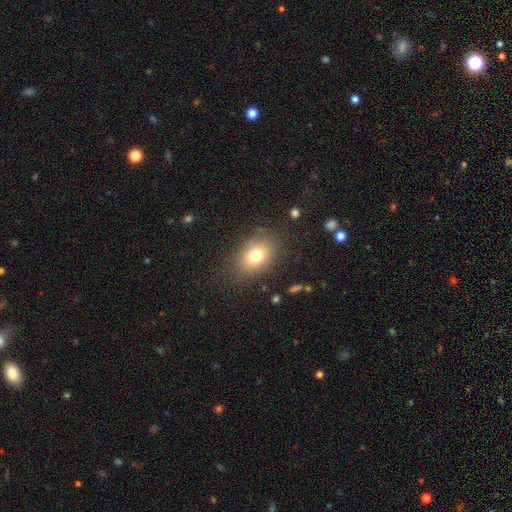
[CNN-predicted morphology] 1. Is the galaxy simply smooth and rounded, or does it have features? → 75% smooth, 13% featured or disk, 11% star or artifact.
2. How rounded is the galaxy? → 72% in between, 27% round, 1% cigar-shaped.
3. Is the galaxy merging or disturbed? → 79% none, 14% minor disturbance, 6% major disturbance, 1% merger.